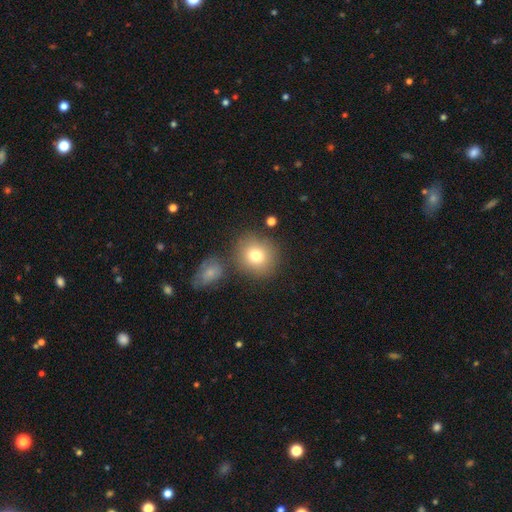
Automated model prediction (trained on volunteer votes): Q: Smooth or featured?
A: smooth (78%); runner-up: featured or disk (12%)
Q: How rounded?
A: round (85%); runner-up: in between (14%)
Q: Merging?
A: none (75%); runner-up: merger (11%)